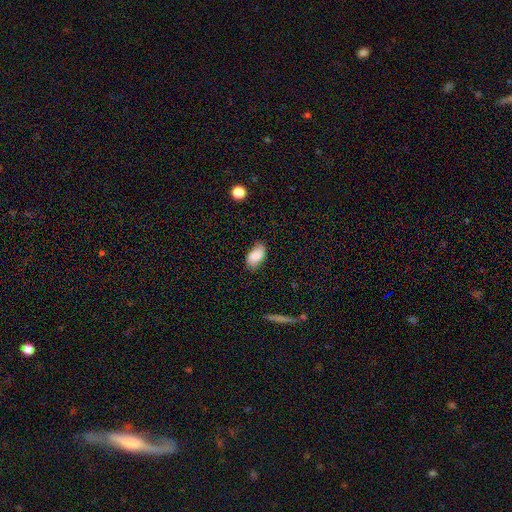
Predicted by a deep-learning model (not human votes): Smooth or featured? Predicted: smooth (p=0.83). How rounded? Predicted: in between (p=0.93). Merging? Predicted: none (p=0.73).